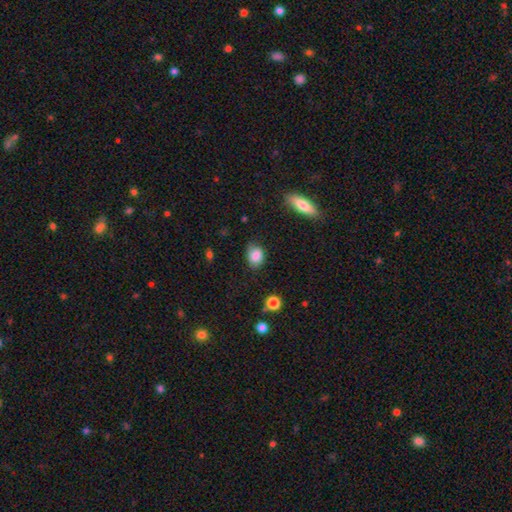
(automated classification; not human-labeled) Smooth or featured: smooth — 83% (star or artifact — 9%)
How rounded: in between — 67% (round — 31%)
Merging: none — 68% (minor disturbance — 25%)